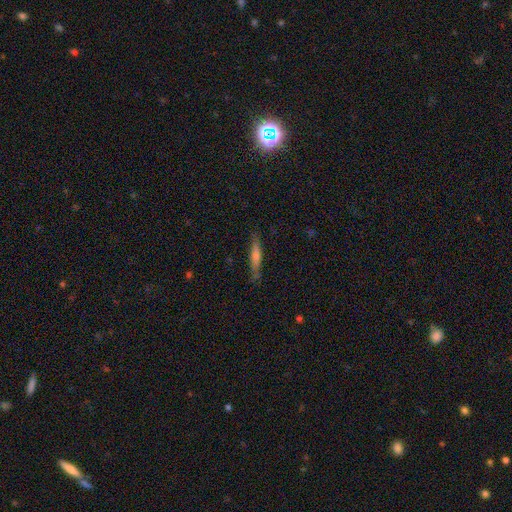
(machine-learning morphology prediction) Smooth or featured: featured or disk — 53% (smooth — 37%)
Edge-on disk: yes — 93% (no — 7%)
Merging: none — 86% (minor disturbance — 11%)